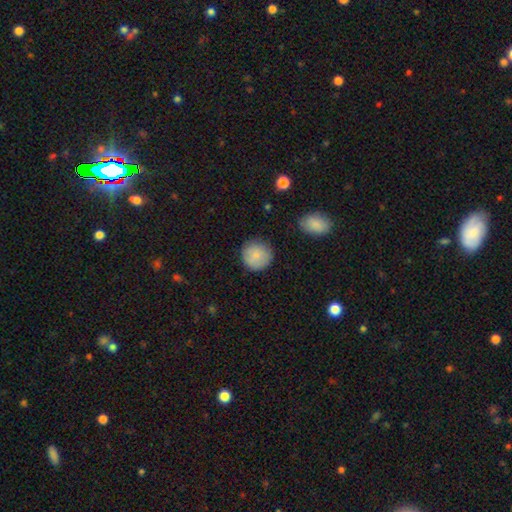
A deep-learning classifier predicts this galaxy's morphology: Overall: smooth (84%). How rounded: round (94%). Merging: none (85%).